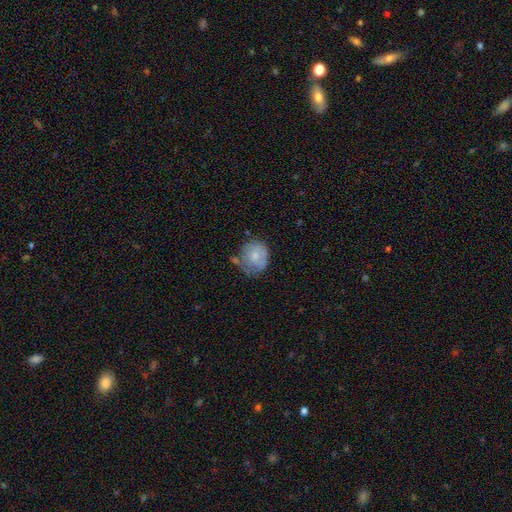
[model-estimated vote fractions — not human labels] This appears to be a smooth galaxy with no disk features (59%) that is round (71%). Merging: none (49%).